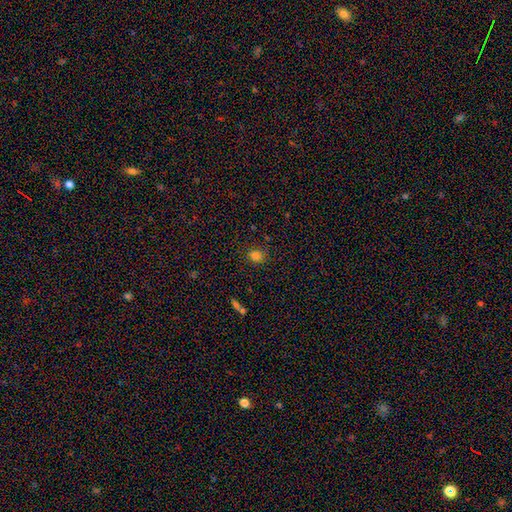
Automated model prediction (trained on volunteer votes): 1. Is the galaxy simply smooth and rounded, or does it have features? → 80% smooth, 14% star or artifact, 5% featured or disk.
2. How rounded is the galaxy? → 68% round, 31% in between, 1% cigar-shaped.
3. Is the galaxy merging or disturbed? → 83% none, 12% minor disturbance, 3% major disturbance, 2% merger.